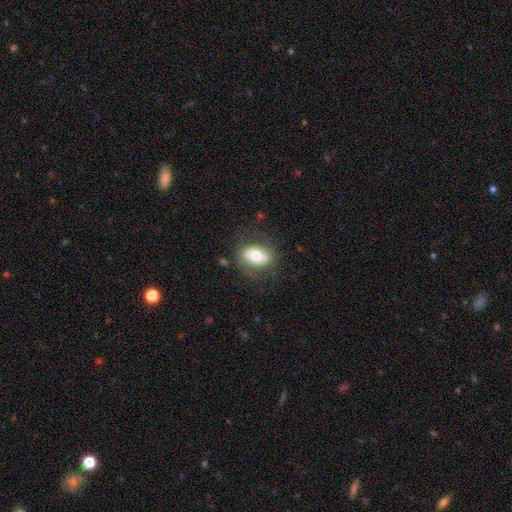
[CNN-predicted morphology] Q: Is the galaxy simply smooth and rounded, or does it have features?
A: smooth — 62%.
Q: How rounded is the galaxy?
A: in between — 76%.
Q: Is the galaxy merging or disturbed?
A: none — 74%.